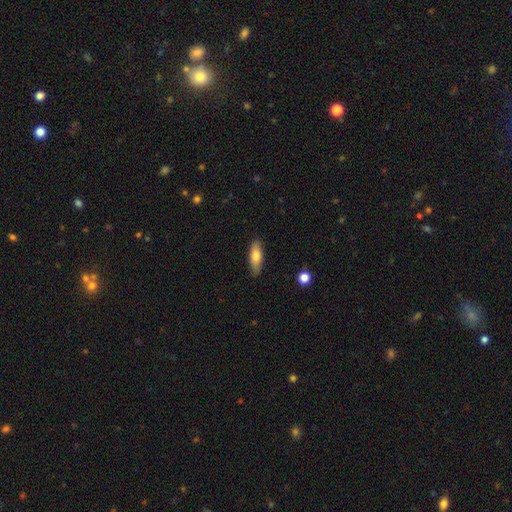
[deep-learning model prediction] Smooth or featured? smooth (73%)
How rounded? in between (58%)
Merging? none (85%)